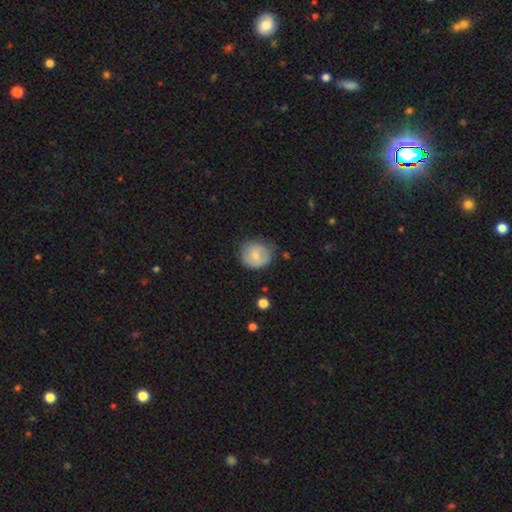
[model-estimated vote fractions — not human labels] A smooth galaxy with no disk features (73%) that is round (80%).

Vote fractions:
- Smooth or featured? smooth: 73% / featured or disk: 19% / star or artifact: 7%
- How rounded? round: 80% / in between: 20% / cigar-shaped: 1%
- Merging? none: 65% / minor disturbance: 27% / major disturbance: 7% / merger: 2%